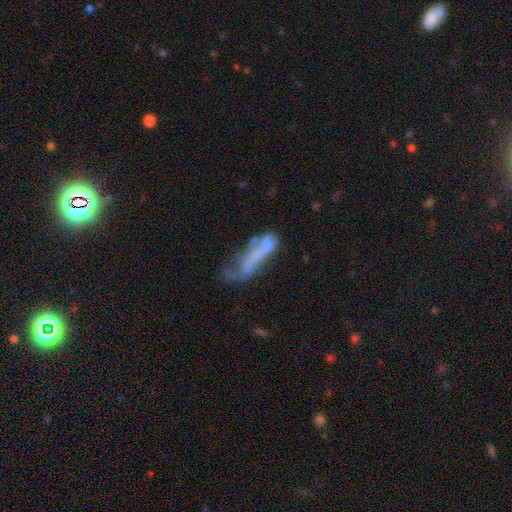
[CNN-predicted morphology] A featured or disk galaxy (51%). Merging: major disturbance (31%).